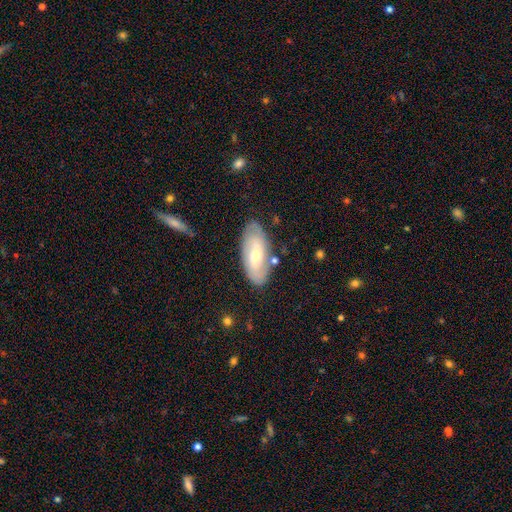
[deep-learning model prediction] This is possibly a featured or disk galaxy (53%). It is clearly not viewed edge-on (86%). Merging: likely none (78%).